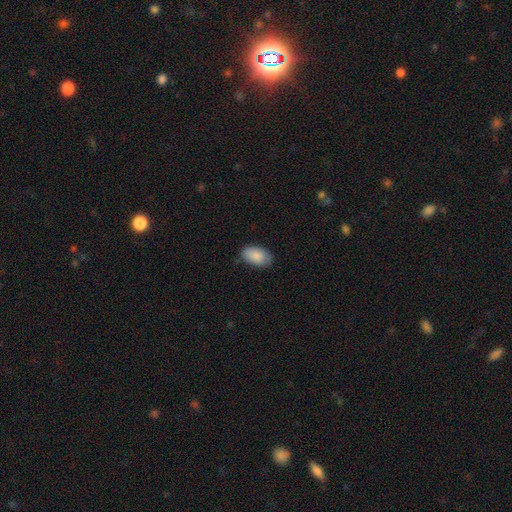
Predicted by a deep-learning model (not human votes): This is clearly a smooth galaxy (87%). How rounded: clearly in between (94%). Merging: likely none (75%).